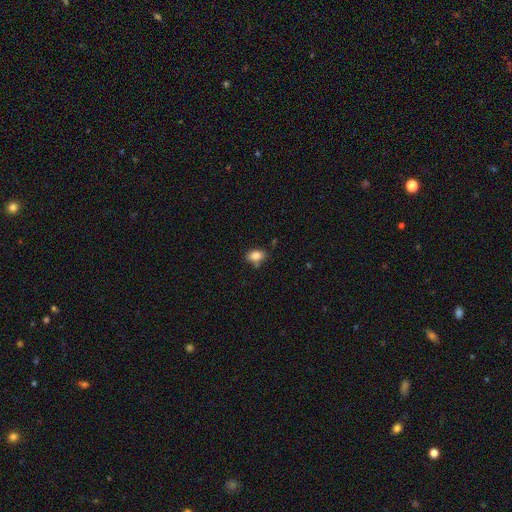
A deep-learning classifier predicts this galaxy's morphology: smooth 85%, star or artifact 9%, featured or disk 6%. Down the decision tree: how rounded — in between (84%); merging — none (72%).